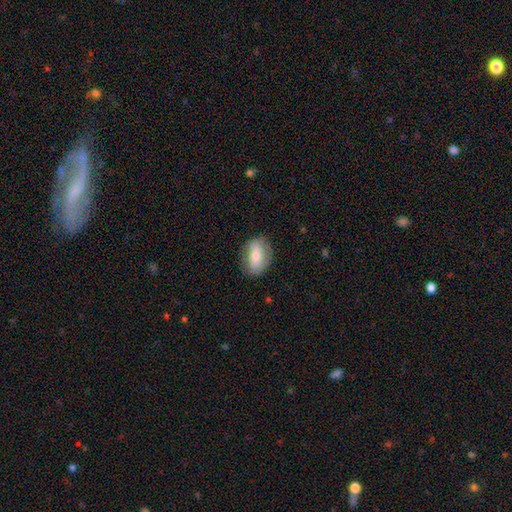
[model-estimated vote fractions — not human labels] Smooth or featured? Predicted: smooth (p=0.65). How rounded? Predicted: in between (p=0.84). Merging? Predicted: none (p=0.77).